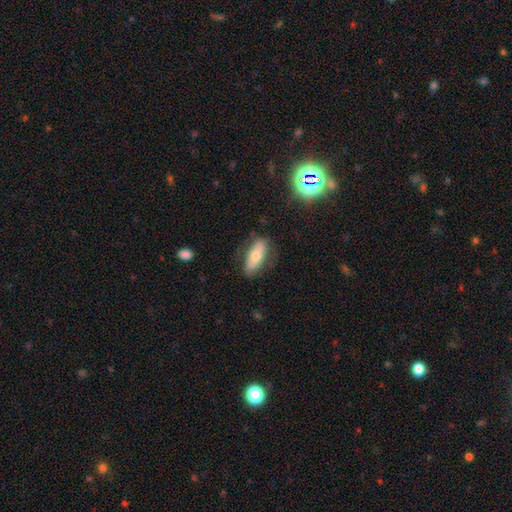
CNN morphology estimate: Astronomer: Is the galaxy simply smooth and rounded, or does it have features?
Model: smooth — 60%.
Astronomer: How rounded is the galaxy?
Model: in between — 70%.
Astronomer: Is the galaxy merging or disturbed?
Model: none — 77%.